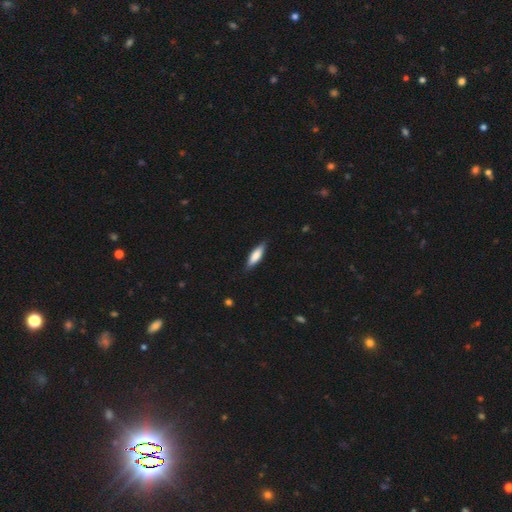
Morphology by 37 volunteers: Overall: smooth (76%). How rounded: in between (50%, tied with cigar-shaped). Merging: none (83%).